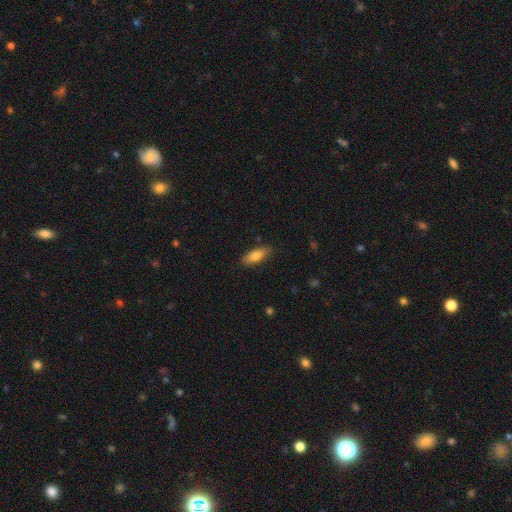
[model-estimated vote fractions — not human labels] This is likely a smooth galaxy (77%). How rounded: likely in between (72%). Merging: clearly none (85%).